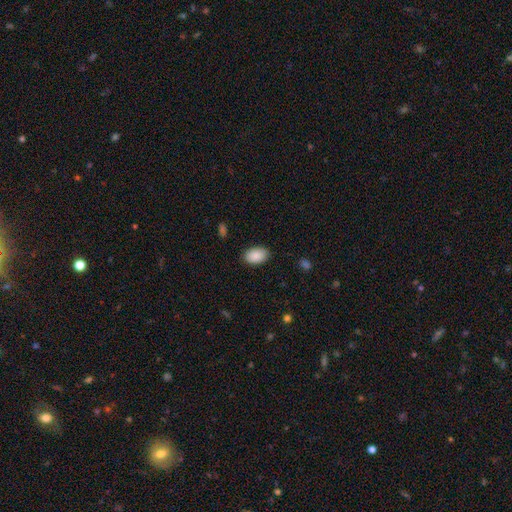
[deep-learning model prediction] Smooth or featured: smooth — 90% (star or artifact — 6%)
How rounded: in between — 90% (round — 9%)
Merging: none — 87% (minor disturbance — 10%)